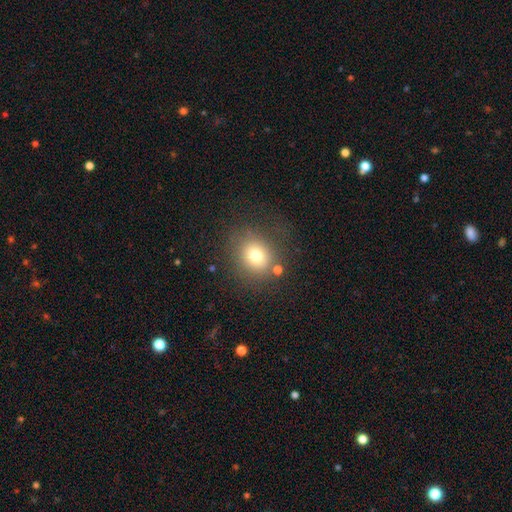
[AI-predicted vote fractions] Smooth or featured? Predicted: smooth (p=0.74). How rounded? Predicted: round (p=0.75). Merging? Predicted: none (p=0.72).